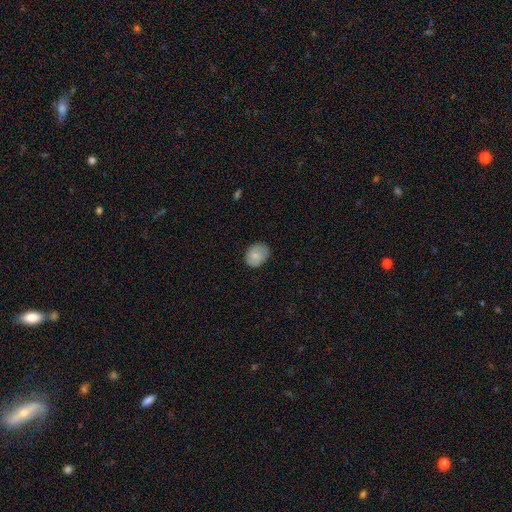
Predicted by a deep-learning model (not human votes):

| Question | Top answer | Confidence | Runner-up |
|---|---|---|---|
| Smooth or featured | smooth | 76% | featured or disk (17%) |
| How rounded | in between | 51% | round (48%) |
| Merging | none | 74% | minor disturbance (21%) |